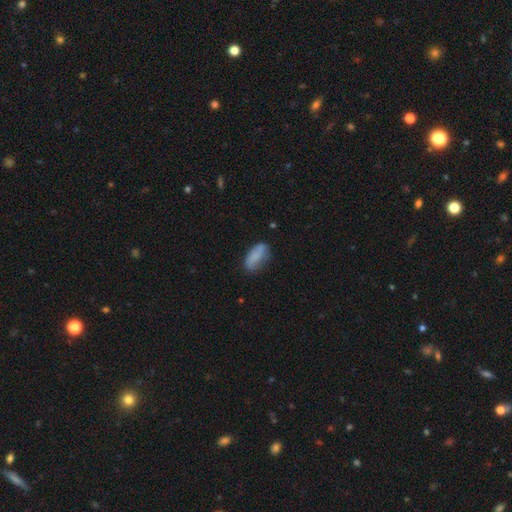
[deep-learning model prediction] Smooth or featured? Predicted: smooth (p=0.77). How rounded? Predicted: in between (p=0.86). Merging? Predicted: none (p=0.59).